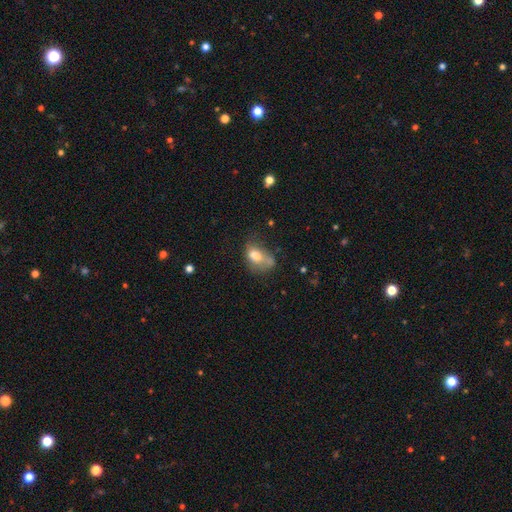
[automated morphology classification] Smooth or featured? smooth (66%)
How rounded? in between (80%)
Merging? major disturbance (28%)